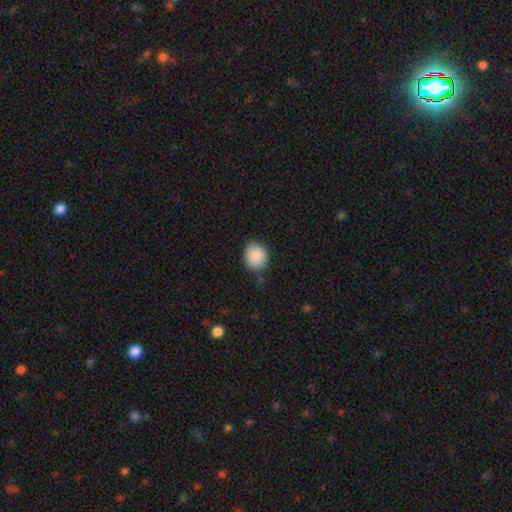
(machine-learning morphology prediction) smooth-or-featured: smooth: 87% | star or artifact: 7% | featured or disk: 6%
  how-rounded: round: 73% | in between: 26% | cigar-shaped: 1%
  merging: none: 71% | minor disturbance: 22% | major disturbance: 5% | merger: 2%